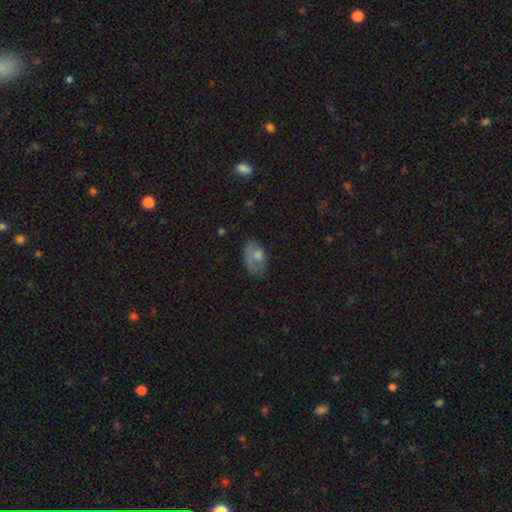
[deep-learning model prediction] This is likely a smooth galaxy (64%). How rounded: clearly in between (89%). Merging: possibly none (46%).